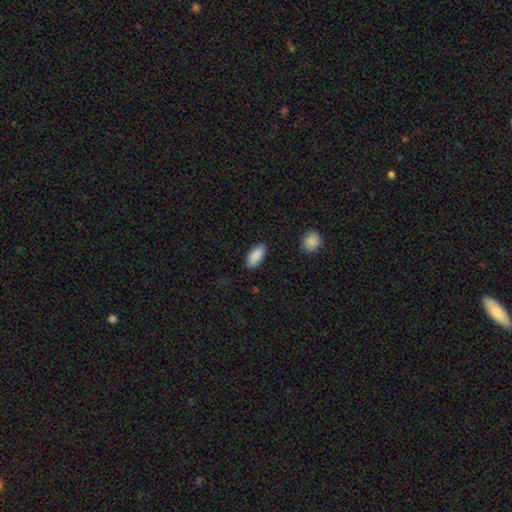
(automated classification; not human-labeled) Smooth or featured?
  - smooth: 89% *
  - star or artifact: 6%
  - featured or disk: 5%
How rounded?
  - in between: 88% *
  - cigar-shaped: 10%
  - round: 2%
Merging?
  - none: 85% *
  - minor disturbance: 11%
  - major disturbance: 2%
  - merger: 1%